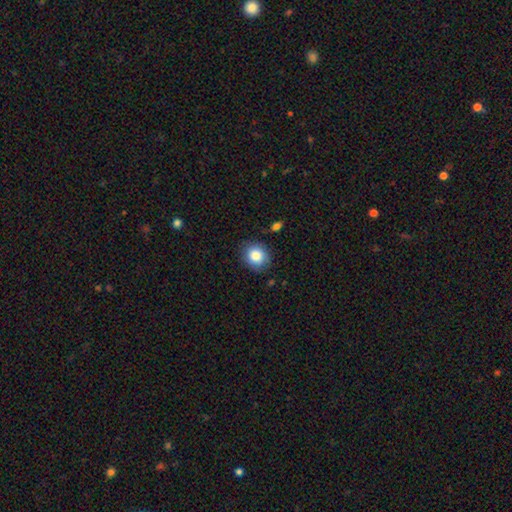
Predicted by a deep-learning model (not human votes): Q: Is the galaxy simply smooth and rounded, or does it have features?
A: smooth — 83%.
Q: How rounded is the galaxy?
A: round — 78%.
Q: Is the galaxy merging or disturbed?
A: none — 84%.